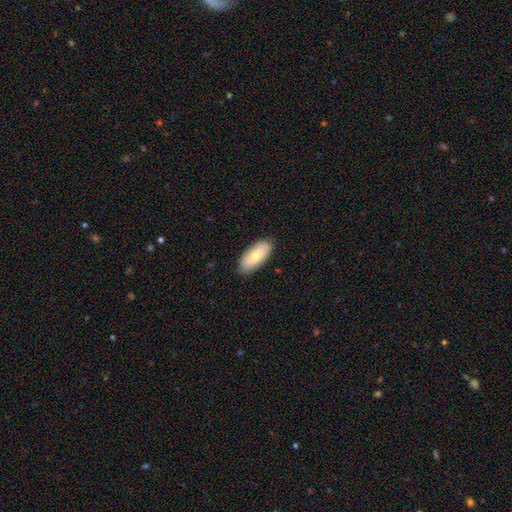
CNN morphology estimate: A smooth galaxy with no disk features (70%) that is in between round and cigar-shaped (89%). Merging: none (86%).